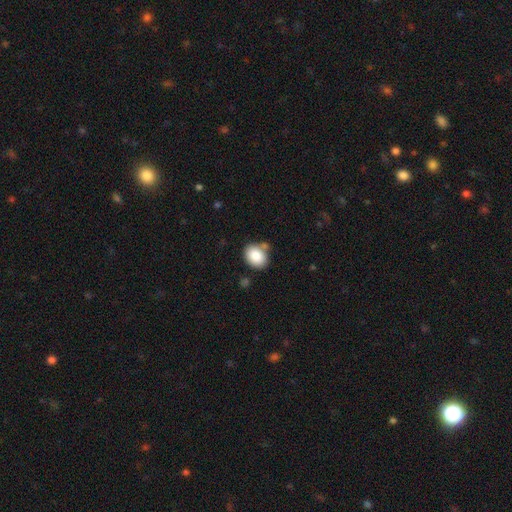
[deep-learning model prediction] Smooth or featured: smooth — 85% (star or artifact — 8%)
How rounded: in between — 58% (round — 41%)
Merging: none — 72% (minor disturbance — 14%)